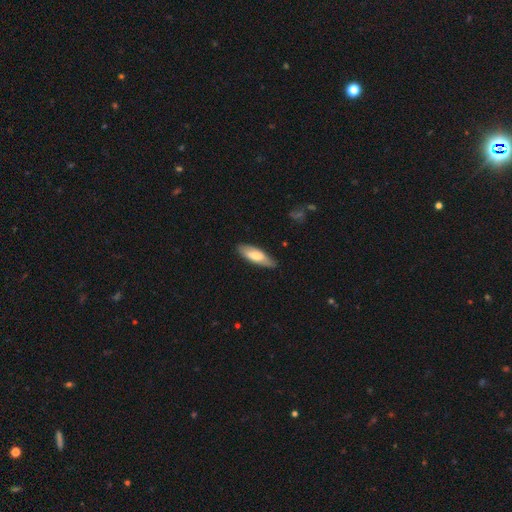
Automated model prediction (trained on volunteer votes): Smooth or featured? smooth (72%)
How rounded? in between (58%)
Merging? none (82%)